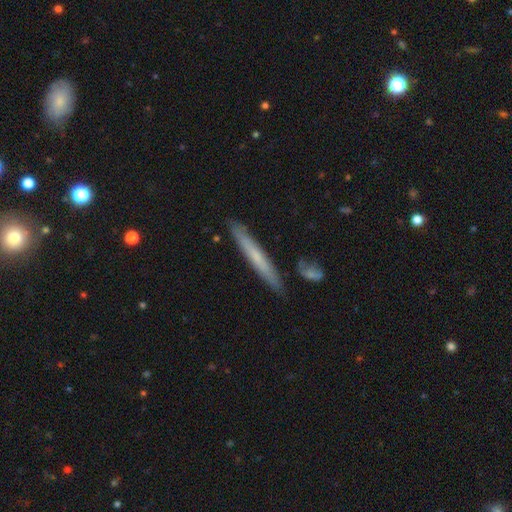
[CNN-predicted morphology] The model was most divided on "smooth or featured": smooth: 52%, featured or disk: 41%, star or artifact: 6%. More confident: how rounded — cigar-shaped (96%); merging — none (86%).